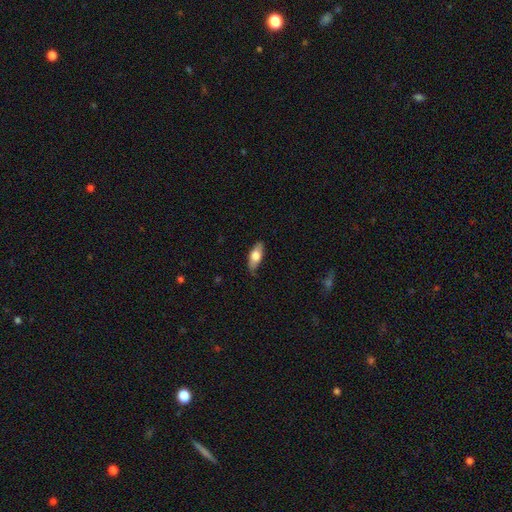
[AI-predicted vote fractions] smooth 66%, featured or disk 28%, star or artifact 6%. Down the decision tree: how rounded — in between (77%); merging — none (80%).